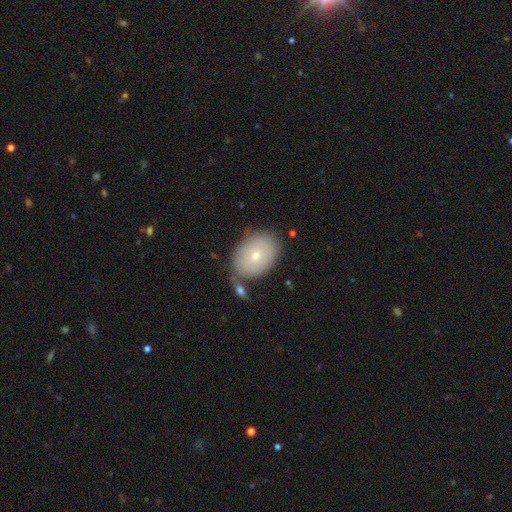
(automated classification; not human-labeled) Smooth or featured: smooth — 66% (featured or disk — 27%)
How rounded: in between — 76% (round — 23%)
Merging: none — 72% (minor disturbance — 16%)